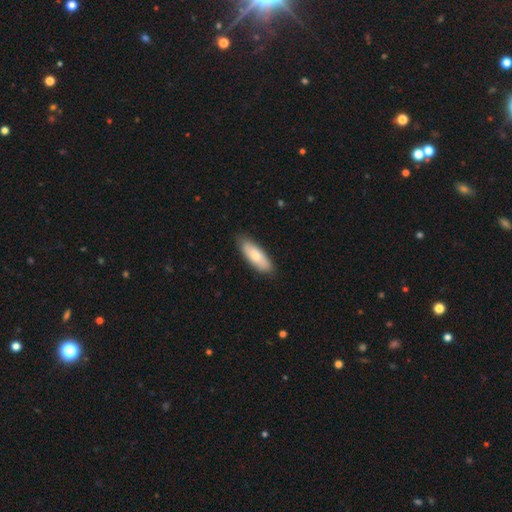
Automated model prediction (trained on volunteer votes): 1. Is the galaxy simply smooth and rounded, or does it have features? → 75% smooth, 20% featured or disk, 5% star or artifact.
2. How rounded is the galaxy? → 64% in between, 34% cigar-shaped, 2% round.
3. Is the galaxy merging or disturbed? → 85% none, 12% minor disturbance, 2% major disturbance, 1% merger.